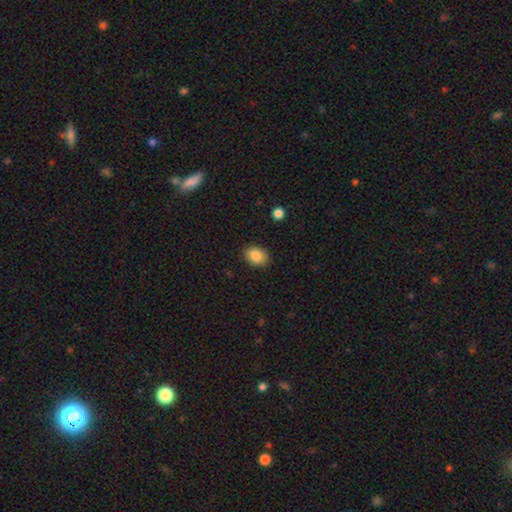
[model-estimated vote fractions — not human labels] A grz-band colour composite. It shows a smooth galaxy with no disk features (86%) that is in between round and cigar-shaped (75%). Merging: none (88%).